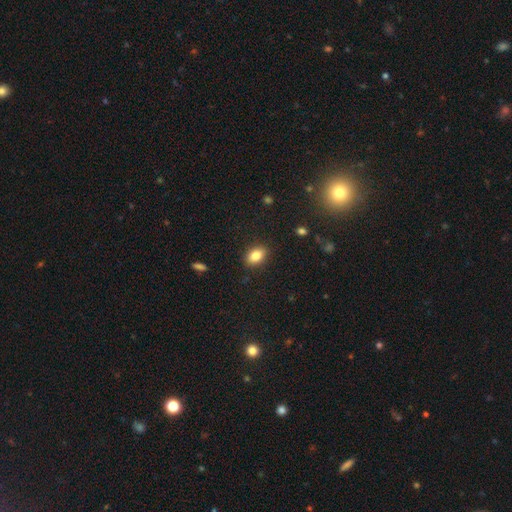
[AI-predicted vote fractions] Morphology: type=smooth (83%); roundness=in between (84%); merging=none (87%).